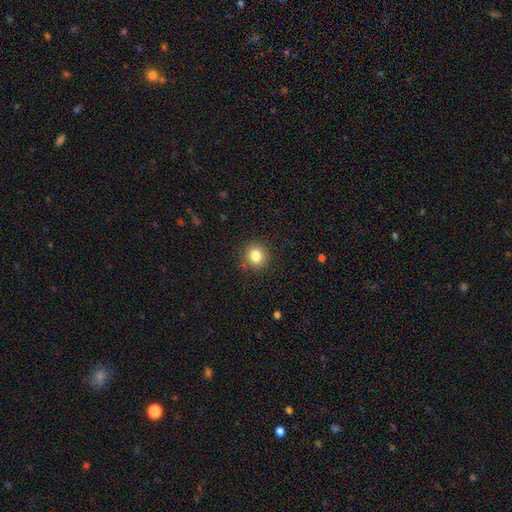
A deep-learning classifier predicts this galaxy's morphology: This is clearly a smooth galaxy (83%). How rounded: clearly round (87%). Merging: clearly none (88%).